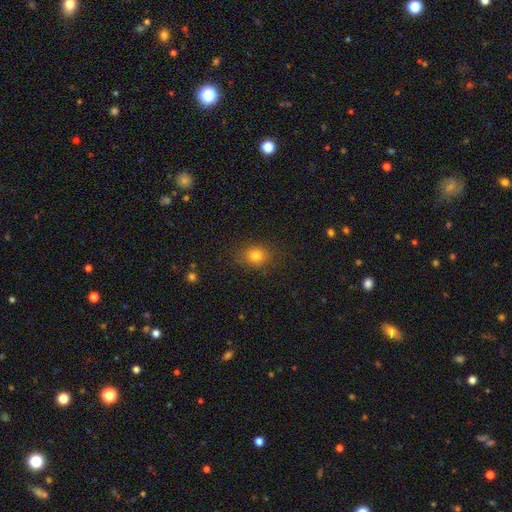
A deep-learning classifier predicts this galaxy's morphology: The model was most divided on "how rounded": round: 63%, in between: 36%, cigar-shaped: 1%. More confident: merging — none (84%); smooth or featured — smooth (79%).